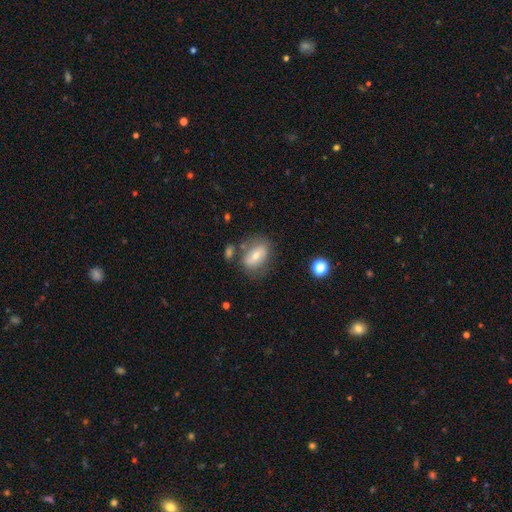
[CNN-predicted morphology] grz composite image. It shows a smooth galaxy with no disk features (61%) that is in between round and cigar-shaped (81%). Merging: none (63%).